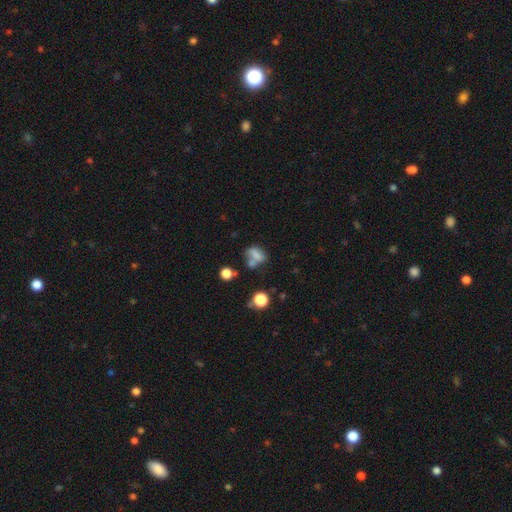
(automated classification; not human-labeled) This is likely a smooth galaxy (68%). How rounded: likely in between (74%). Merging: marginally none (34%).